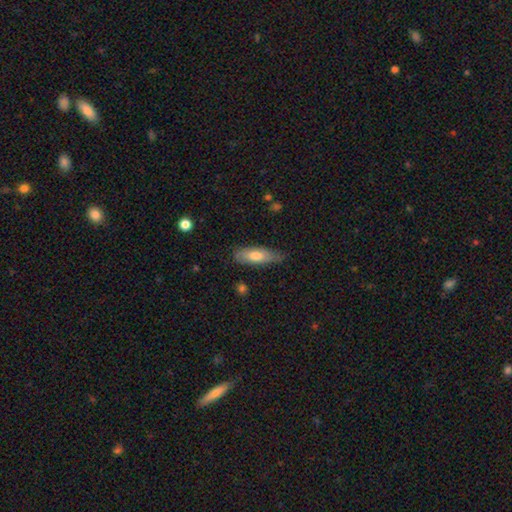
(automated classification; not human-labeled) smooth 68%, featured or disk 26%, star or artifact 6%. Down the decision tree: how rounded — in between (59%); merging — none (64%).